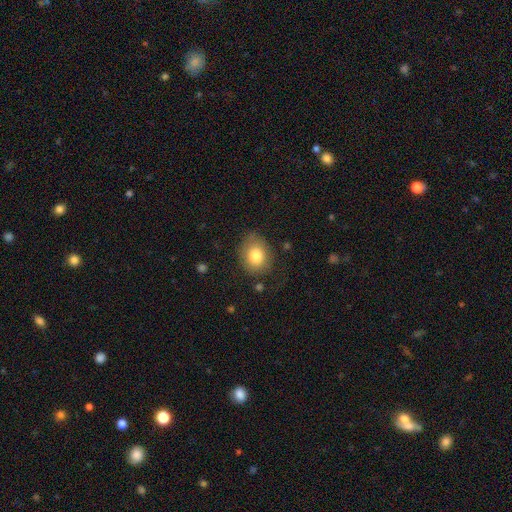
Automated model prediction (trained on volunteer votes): Smooth or featured: smooth — 80% (featured or disk — 11%)
How rounded: in between — 50% (round — 49%)
Merging: none — 74% (minor disturbance — 18%)